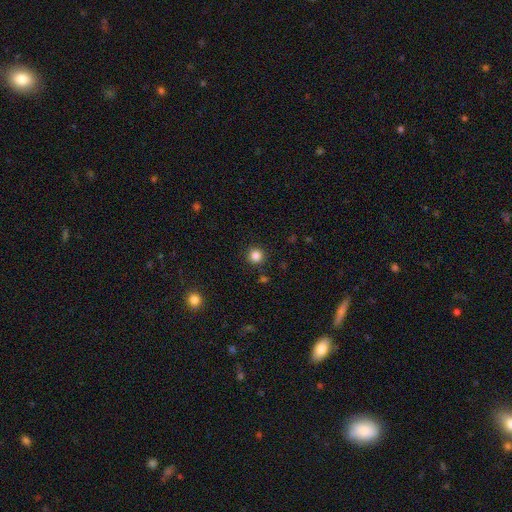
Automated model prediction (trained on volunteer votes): This appears to be a smooth galaxy with no disk features (84%) that is round (95%). Merging: none (91%).